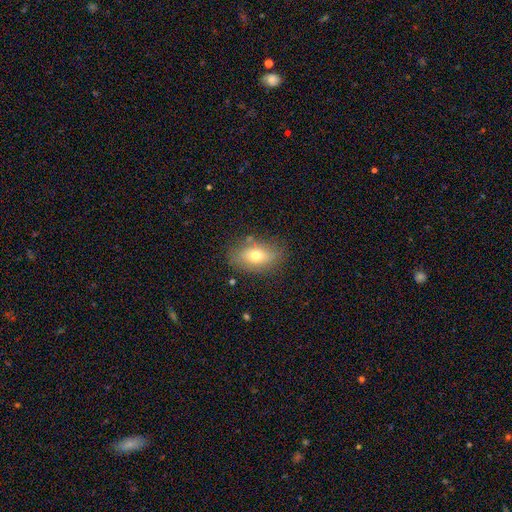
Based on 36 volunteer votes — A smooth galaxy with no disk features (78%) that is in between round and cigar-shaped (75%).

Vote fractions:
- Smooth or featured? smooth: 78% / featured or disk: 17% / star or artifact: 6%
- How rounded? in between: 75% / cigar-shaped: 14% / round: 11%
- Merging? none: 82% / minor disturbance: 9% / major disturbance: 9% / merger: 0%